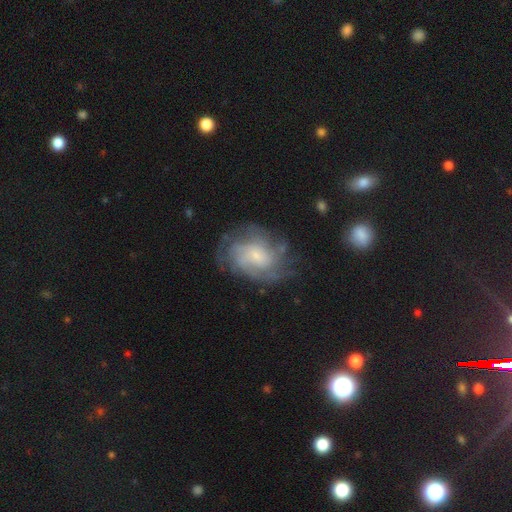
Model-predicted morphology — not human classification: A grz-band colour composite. It shows a featured or disk galaxy (74%) with no bar (66%), tight (51%) spiral arms (89%) and a small central bulge (66%). Merging: none (66%).